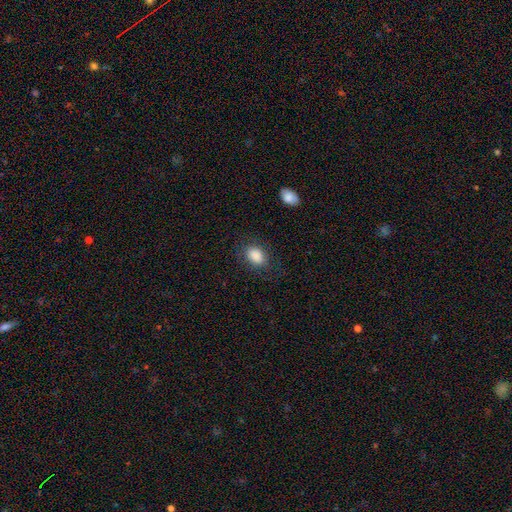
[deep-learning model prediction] smooth-or-featured: smooth: 87% | star or artifact: 8% | featured or disk: 5%
  how-rounded: in between: 77% | round: 22% | cigar-shaped: 1%
  merging: none: 78% | minor disturbance: 14% | major disturbance: 6% | merger: 1%